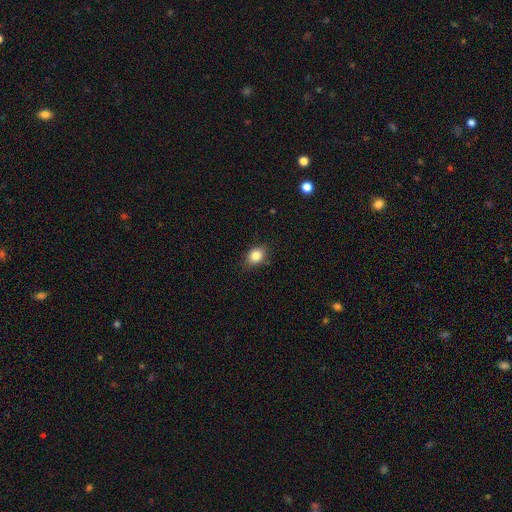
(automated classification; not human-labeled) Smooth or featured: smooth — 84% (star or artifact — 10%)
How rounded: in between — 59% (round — 40%)
Merging: none — 82% (minor disturbance — 14%)